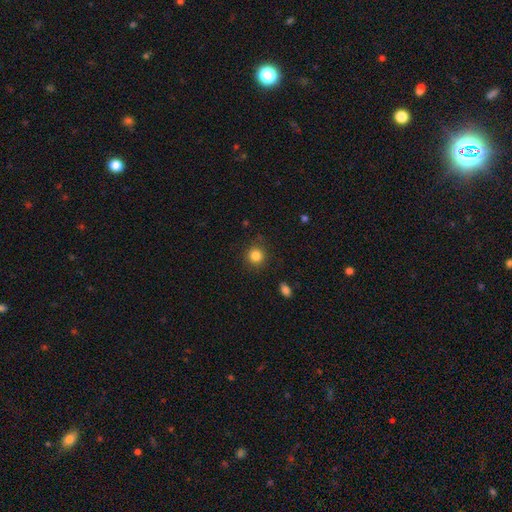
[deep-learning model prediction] Smooth or featured: smooth — 84% (star or artifact — 11%)
How rounded: round — 90% (in between — 9%)
Merging: none — 86% (minor disturbance — 9%)